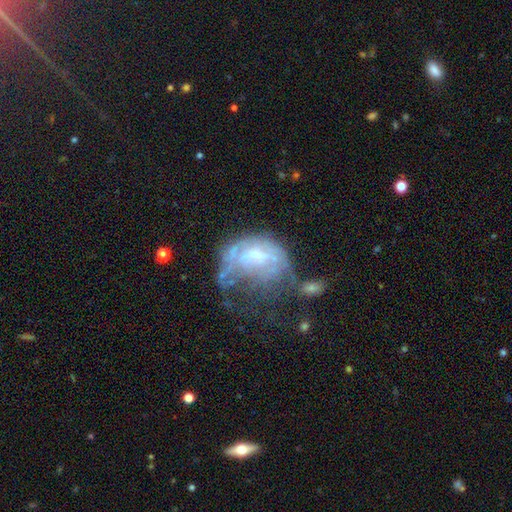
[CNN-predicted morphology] This appears to be a featured or disk galaxy (64%) with no bar (51%), no spiral arms (55%) and a small central bulge (59%). Merging: major disturbance (45%).